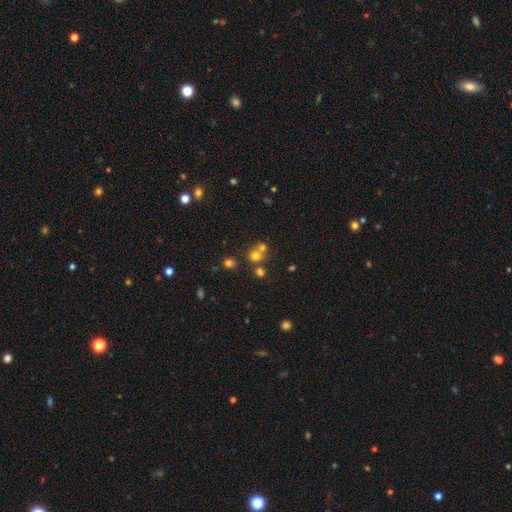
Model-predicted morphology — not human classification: Overall: smooth (65%). How rounded: round (85%). Merging: none (50%; merger 41%).